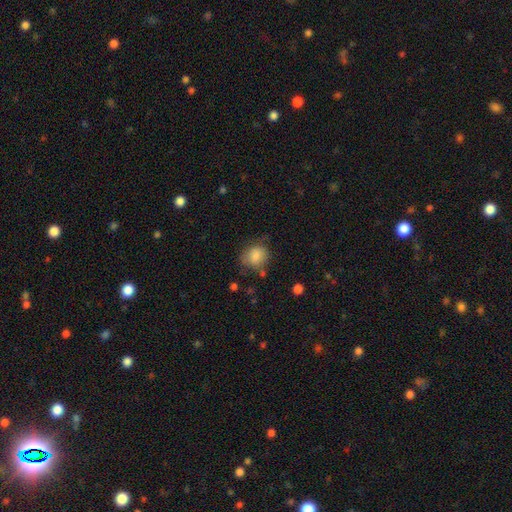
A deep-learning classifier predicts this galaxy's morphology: smooth-or-featured: smooth: 83% | star or artifact: 9% | featured or disk: 8%
  how-rounded: round: 62% | in between: 37% | cigar-shaped: 1%
  merging: none: 63% | minor disturbance: 24% | major disturbance: 9% | merger: 4%